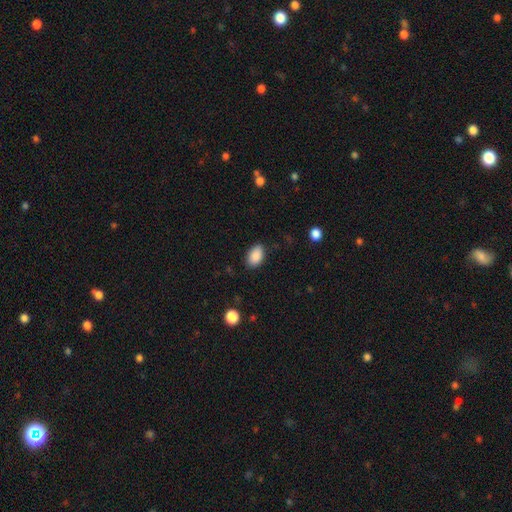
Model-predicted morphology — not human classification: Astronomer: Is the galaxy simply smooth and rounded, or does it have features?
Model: smooth — 89%.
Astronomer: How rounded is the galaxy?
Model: in between — 91%.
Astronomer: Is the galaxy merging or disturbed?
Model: none — 85%.